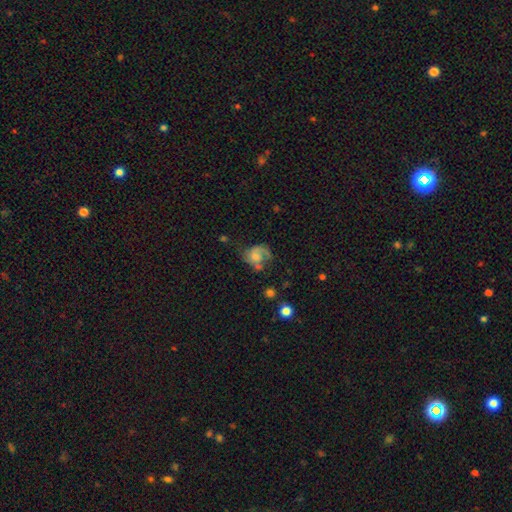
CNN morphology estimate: type=featured or disk (60%); edge-on=no (98%); bar=no (68%); spiral arms=yes (83%); bulge=moderate (38%); merging=none (41%).